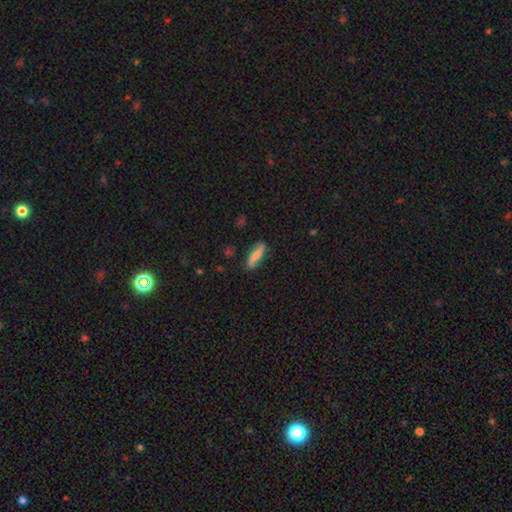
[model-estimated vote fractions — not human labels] Smooth or featured? smooth (59%)
How rounded? cigar-shaped (65%)
Merging? none (78%)